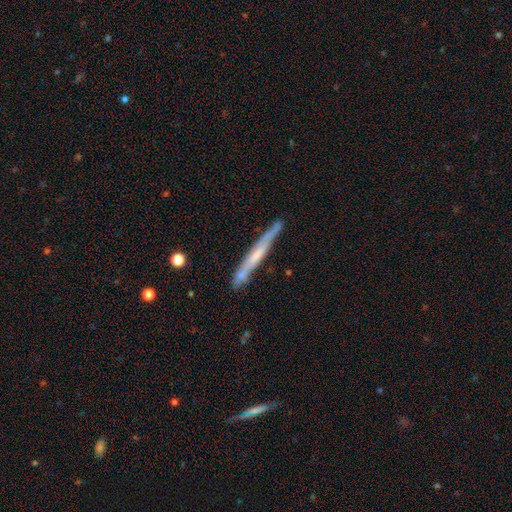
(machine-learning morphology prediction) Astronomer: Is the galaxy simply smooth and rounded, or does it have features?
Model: featured or disk — 58% (runner-up: smooth, 36%).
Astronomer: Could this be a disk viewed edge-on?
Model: yes — 94%.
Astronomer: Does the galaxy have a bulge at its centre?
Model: none — 61%.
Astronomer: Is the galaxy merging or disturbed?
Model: none — 81%.